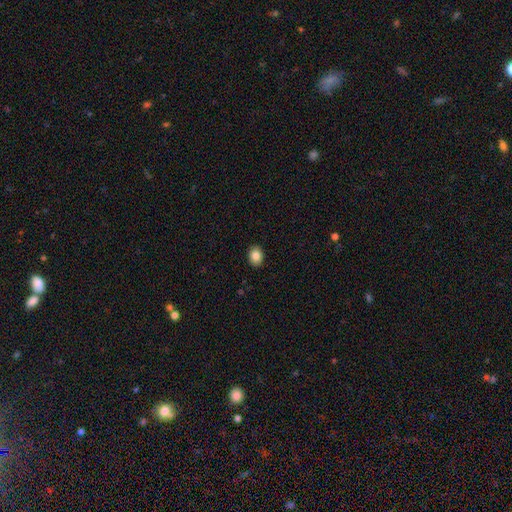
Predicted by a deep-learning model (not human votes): This is clearly a smooth galaxy (85%). How rounded: likely in between (62%). Merging: clearly none (91%).